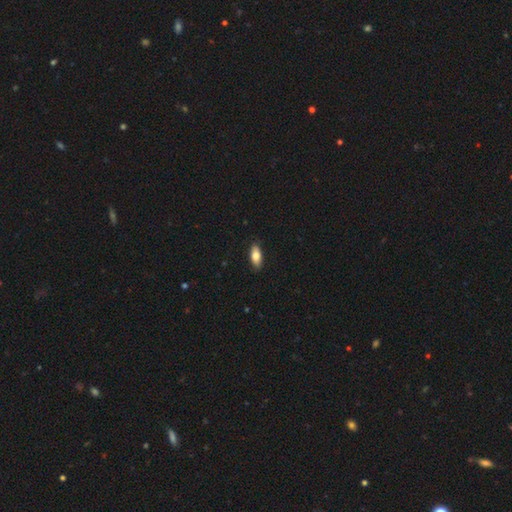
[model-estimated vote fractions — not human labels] The model was most divided on "smooth or featured": smooth: 79%, featured or disk: 14%, star or artifact: 6%. More confident: merging — none (88%); how rounded — in between (83%).